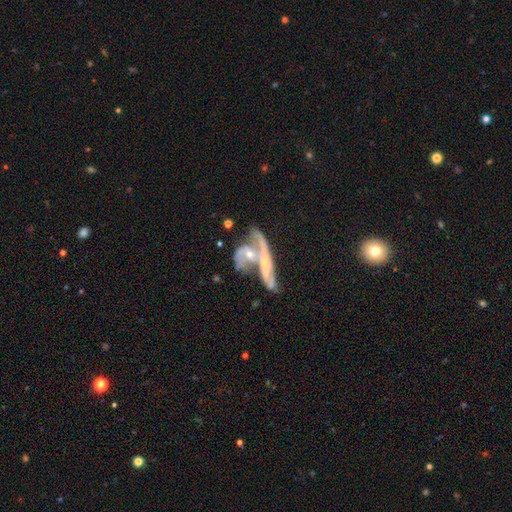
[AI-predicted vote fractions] A featured or disk galaxy (79%) with no bar (58%), 2 (65%) loose (52%) spiral arms (83%) and a small central bulge (55%).

Vote fractions:
- Smooth or featured? featured or disk: 79% / smooth: 14% / star or artifact: 8%
- Edge-on disk? no: 83% / yes: 17%
- Bar? no: 58% / weak: 28% / strong: 13%
- Spiral arms? yes: 83% / no: 17%
- Spiral winding? loose: 52% / medium: 32% / tight: 16%
- Spiral arm count? 2: 65% / can't tell: 14% / 1: 11% / 3: 5% / 4: 2% / more than 4: 2%
- Bulge size? small: 55% / moderate: 35% / none: 7% / large: 2% / dominant: 1%
- Merging? merger: 59% / none: 21% / major disturbance: 12% / minor disturbance: 9%